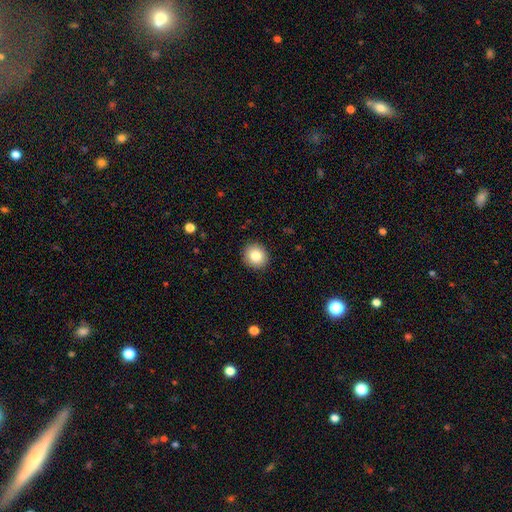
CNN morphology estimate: Q: Smooth or featured?
A: smooth (84%); runner-up: star or artifact (9%)
Q: How rounded?
A: round (85%); runner-up: in between (14%)
Q: Merging?
A: none (91%); runner-up: minor disturbance (6%)